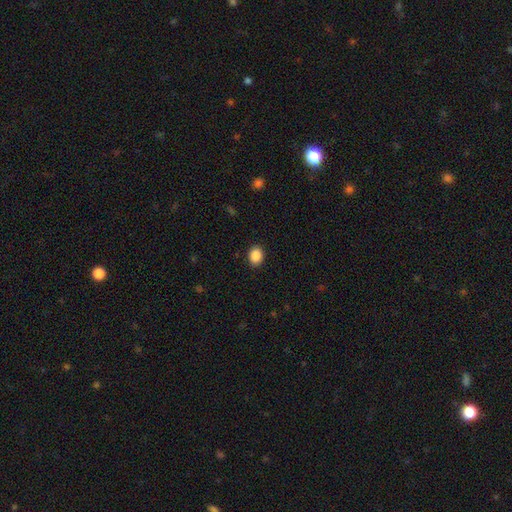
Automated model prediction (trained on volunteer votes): smooth_or_featured: smooth (p=0.89) [alt: star or artifact p=0.08]
how_rounded: in between (p=0.56) [alt: round p=0.43]
merging: none (p=0.90) [alt: minor disturbance p=0.07]